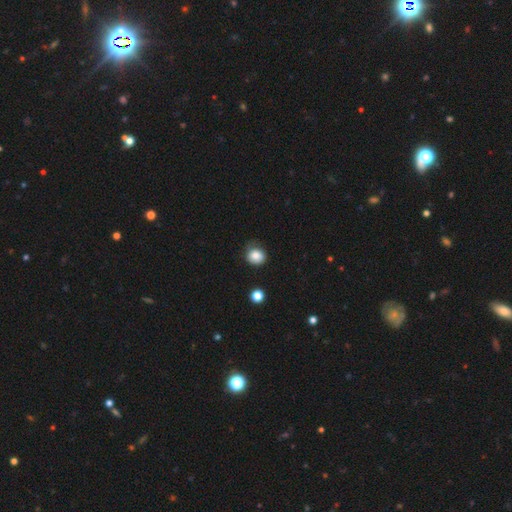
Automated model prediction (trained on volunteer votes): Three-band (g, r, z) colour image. It shows a smooth galaxy with no disk features (83%) that is round (81%). Merging: none (67%).